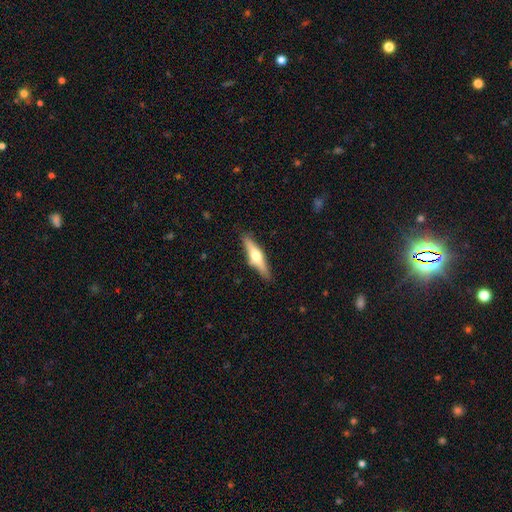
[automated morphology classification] This appears to be a featured or disk galaxy (59%) viewed edge-on (95%) with a rounded central bulge (94%). Merging: none (86%).